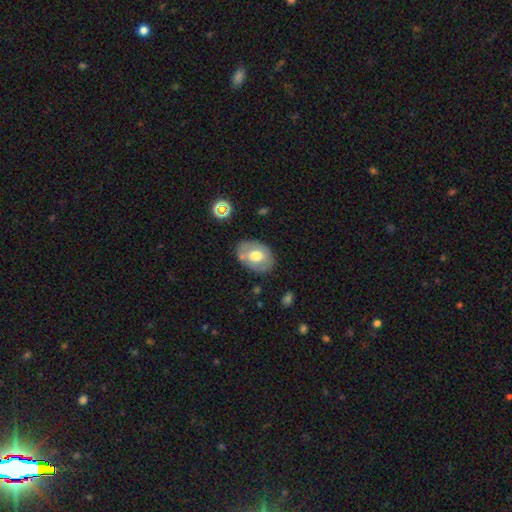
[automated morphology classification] A smooth galaxy with no disk features (60%) that is in between round and cigar-shaped (74%). Merging: none (75%).